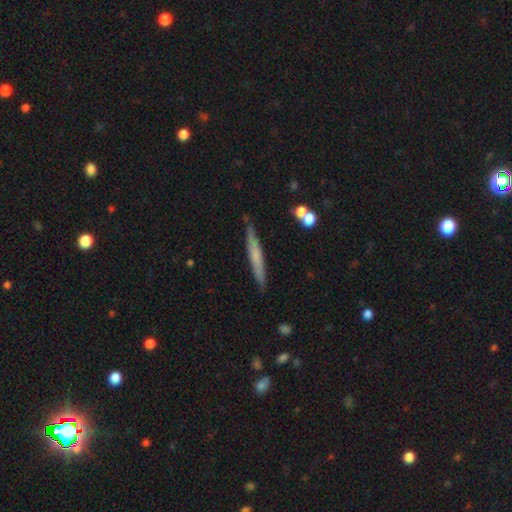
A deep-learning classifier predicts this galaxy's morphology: smooth_or_featured: smooth (p=0.54) [alt: featured or disk p=0.39]
how_rounded: cigar-shaped (p=0.95) [alt: in between p=0.03]
merging: none (p=0.86) [alt: minor disturbance p=0.10]